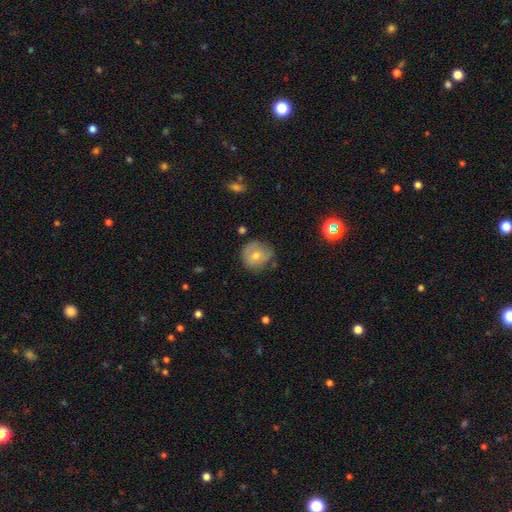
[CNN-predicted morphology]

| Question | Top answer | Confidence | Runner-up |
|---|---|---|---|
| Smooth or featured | smooth | 53% | featured or disk (35%) |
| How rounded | round | 87% | in between (12%) |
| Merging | none | 69% | minor disturbance (24%) |